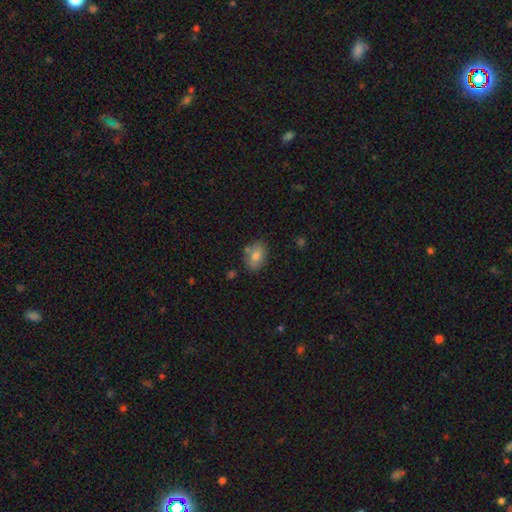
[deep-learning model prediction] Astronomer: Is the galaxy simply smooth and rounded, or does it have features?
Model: smooth — 76%.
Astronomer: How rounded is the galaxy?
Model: in between — 84%.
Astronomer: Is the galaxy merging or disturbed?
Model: none — 74%.